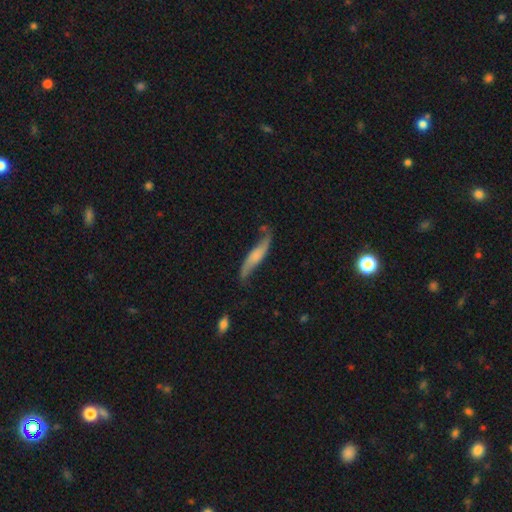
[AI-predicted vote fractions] A featured or disk galaxy (58%).

Vote fractions:
- Smooth or featured? featured or disk: 58% / smooth: 36% / star or artifact: 6%
- Edge-on disk? no: 58% / yes: 42%
- Merging? none: 61% / minor disturbance: 26% / major disturbance: 9% / merger: 4%